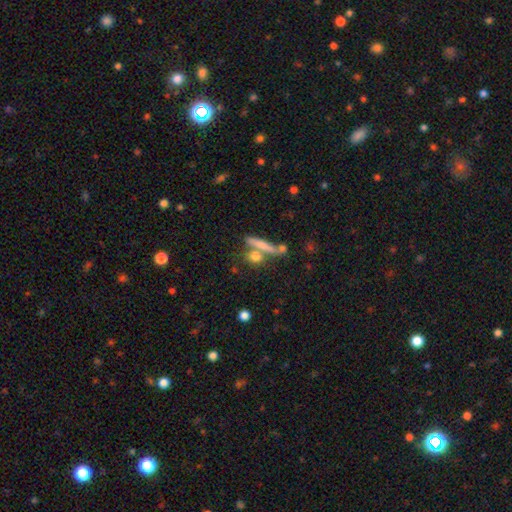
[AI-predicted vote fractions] A smooth galaxy with no disk features (67%) that is cigar-shaped (51%).

Vote fractions:
- Smooth or featured? smooth: 67% / featured or disk: 22% / star or artifact: 11%
- How rounded? cigar-shaped: 51% / round: 27% / in between: 22%
- Merging? none: 58% / merger: 26% / minor disturbance: 10% / major disturbance: 5%